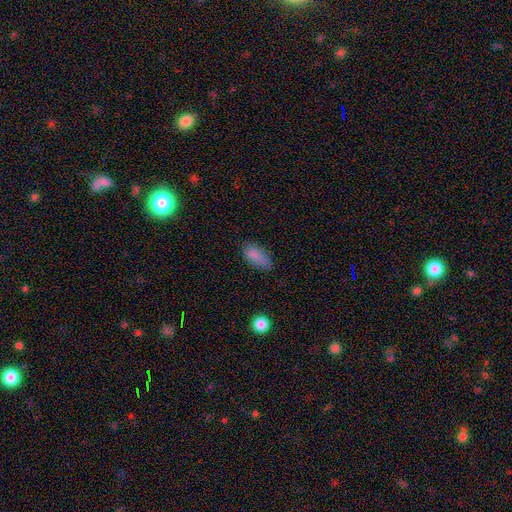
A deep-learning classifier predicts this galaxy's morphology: smooth-or-featured: smooth: 84% | star or artifact: 9% | featured or disk: 7%
  how-rounded: in between: 88% | cigar-shaped: 9% | round: 3%
  merging: none: 67% | minor disturbance: 25% | major disturbance: 6% | merger: 2%